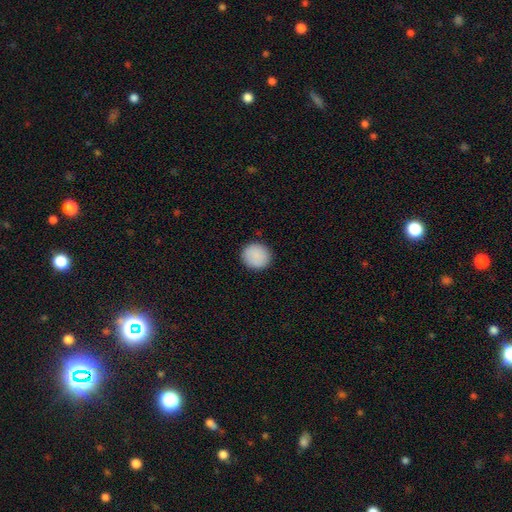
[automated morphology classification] A smooth galaxy with no disk features (89%) that is round (90%).

Vote fractions:
- Smooth or featured? smooth: 89% / star or artifact: 7% / featured or disk: 3%
- How rounded? round: 90% / in between: 10% / cigar-shaped: 1%
- Merging? none: 90% / minor disturbance: 7% / major disturbance: 2% / merger: 1%